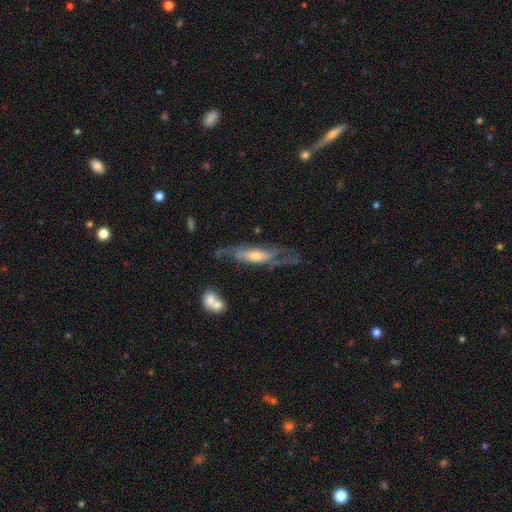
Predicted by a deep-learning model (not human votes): Overall: featured or disk (71%). Edge-on disk: no (67%; yes 33%). Merging: none (53%; minor disturbance 22%).